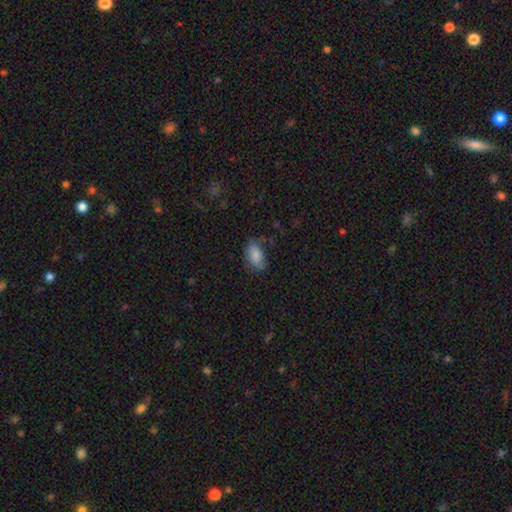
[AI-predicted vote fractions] Overall: smooth (83%). How rounded: in between (91%). Merging: none (66%).